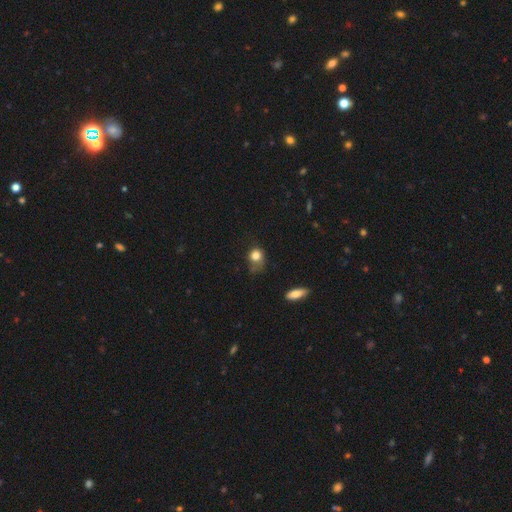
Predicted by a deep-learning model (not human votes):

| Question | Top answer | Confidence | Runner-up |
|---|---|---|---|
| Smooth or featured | smooth | 78% | star or artifact (11%) |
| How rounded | round | 63% | in between (35%) |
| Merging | none | 35% | minor disturbance (34%) |